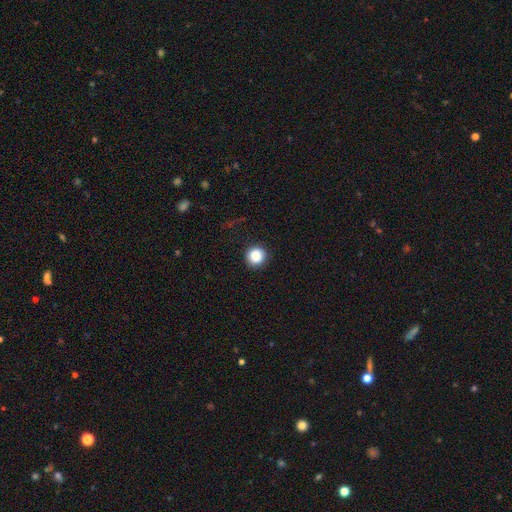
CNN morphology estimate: This is clearly a smooth galaxy (87%). How rounded: clearly round (94%). Merging: clearly none (90%).